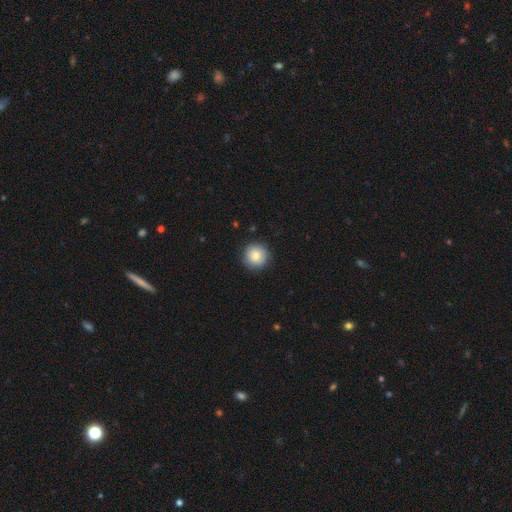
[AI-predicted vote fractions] A smooth galaxy with no disk features (76%) that is round (96%).

Vote fractions:
- Smooth or featured? smooth: 76% / featured or disk: 15% / star or artifact: 9%
- How rounded? round: 96% / in between: 3% / cigar-shaped: 1%
- Merging? none: 88% / minor disturbance: 9% / major disturbance: 2% / merger: 1%